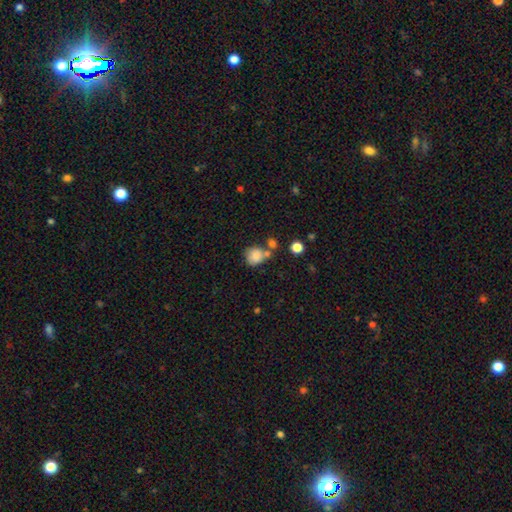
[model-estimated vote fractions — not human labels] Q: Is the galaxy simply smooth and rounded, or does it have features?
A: smooth — 81%.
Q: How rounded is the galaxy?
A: round — 83%.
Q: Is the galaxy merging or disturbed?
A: none — 54%.